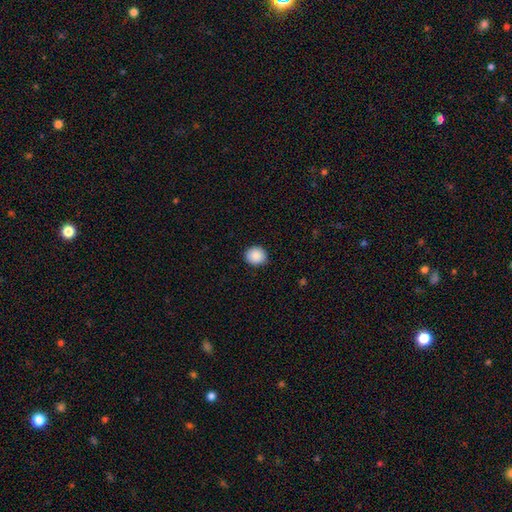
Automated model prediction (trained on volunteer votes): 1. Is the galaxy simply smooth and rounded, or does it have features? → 89% smooth, 8% star or artifact, 3% featured or disk.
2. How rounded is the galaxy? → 82% round, 17% in between, 1% cigar-shaped.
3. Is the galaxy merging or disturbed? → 89% none, 8% minor disturbance, 2% major disturbance, 1% merger.